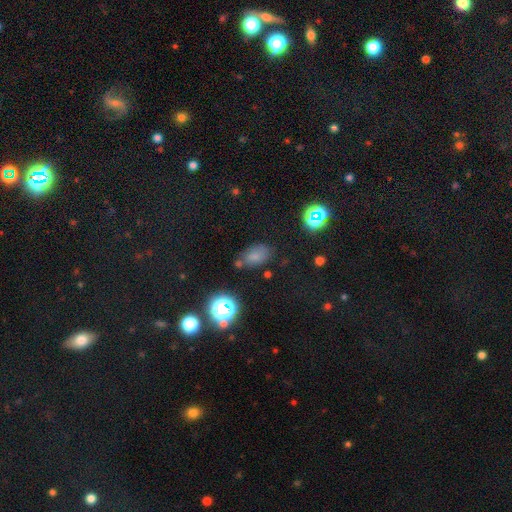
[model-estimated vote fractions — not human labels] This appears to be a smooth galaxy with no disk features (67%) that is in between round and cigar-shaped (86%). Merging: none (63%).